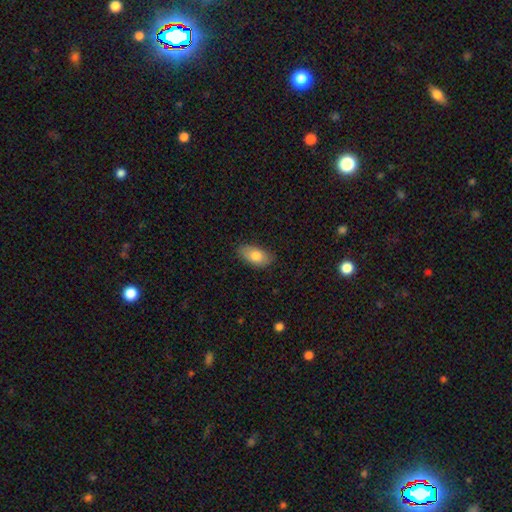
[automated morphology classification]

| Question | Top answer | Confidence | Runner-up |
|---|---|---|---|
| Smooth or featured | smooth | 78% | featured or disk (15%) |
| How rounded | in between | 93% | round (4%) |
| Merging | none | 82% | minor disturbance (14%) |